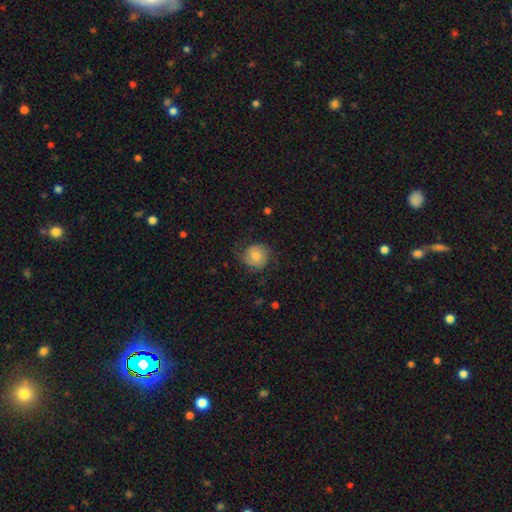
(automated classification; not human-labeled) Q: Smooth or featured?
A: smooth (58%); runner-up: featured or disk (34%)
Q: How rounded?
A: round (84%); runner-up: in between (15%)
Q: Merging?
A: none (65%); runner-up: minor disturbance (23%)